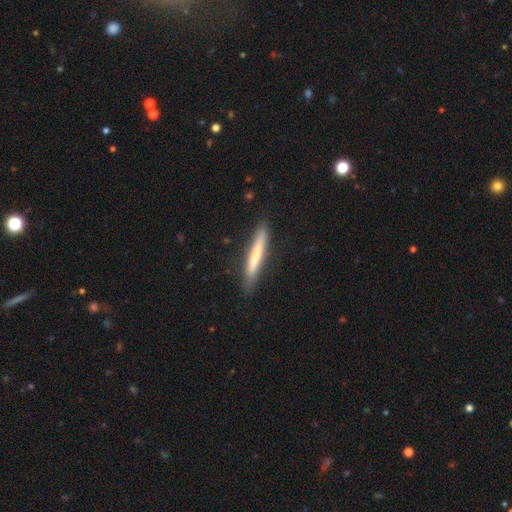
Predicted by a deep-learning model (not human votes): Overall: smooth (63%; featured or disk 31%). How rounded: cigar-shaped (95%). Merging: none (85%).